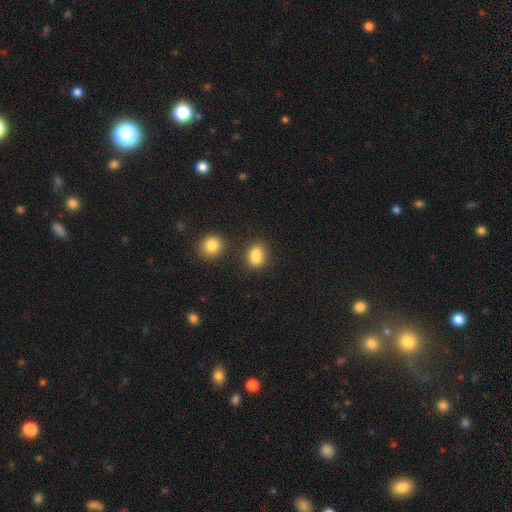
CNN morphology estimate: type=smooth (82%); roundness=in between (58%); merging=none (54%).